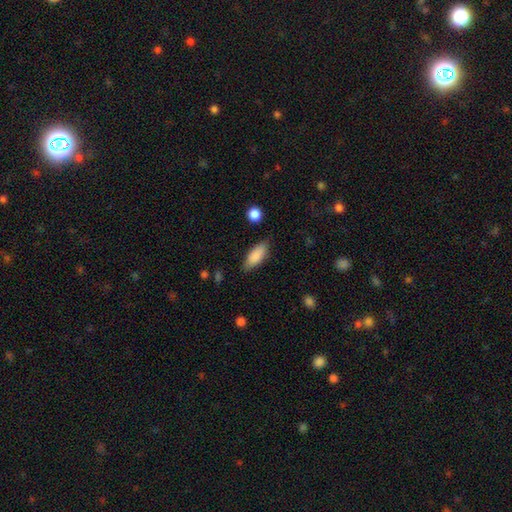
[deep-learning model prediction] The model was most divided on "how rounded": in between: 77%, cigar-shaped: 21%, round: 2%. More confident: smooth or featured — smooth (86%); merging — none (80%).